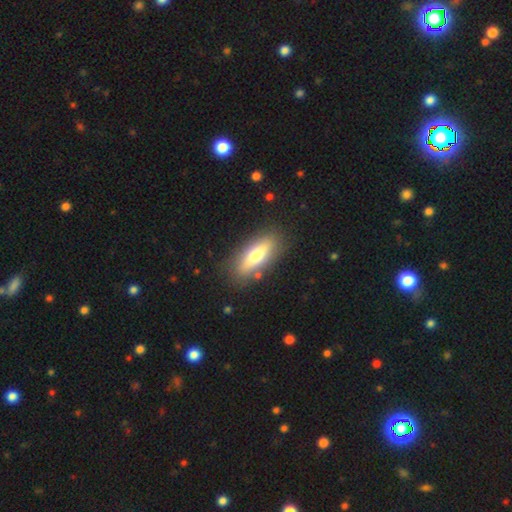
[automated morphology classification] Smooth or featured? Predicted: smooth (p=0.63). How rounded? Predicted: in between (p=0.63). Merging? Predicted: none (p=0.83).